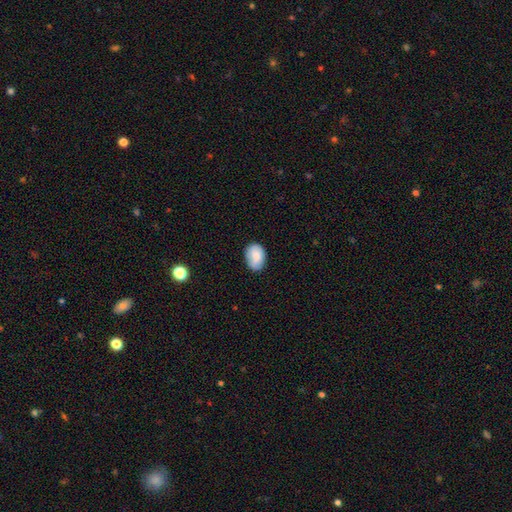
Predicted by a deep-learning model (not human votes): Smooth or featured?
  - smooth: 83% *
  - featured or disk: 10%
  - star or artifact: 7%
How rounded?
  - in between: 79% *
  - round: 20%
  - cigar-shaped: 1%
Merging?
  - none: 78% *
  - minor disturbance: 18%
  - major disturbance: 3%
  - merger: 1%